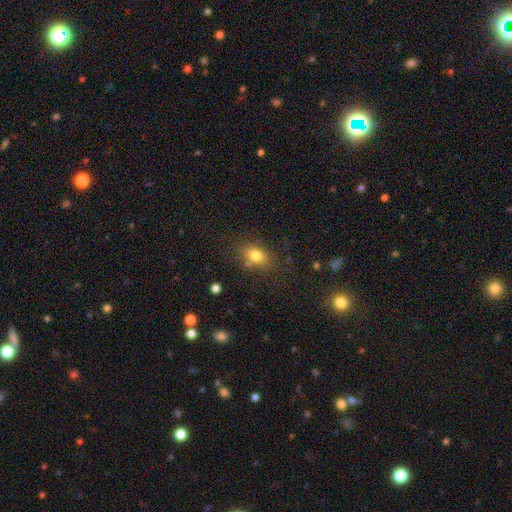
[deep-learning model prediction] A smooth galaxy with no disk features (78%) that is in between round and cigar-shaped (64%). Merging: none (75%).